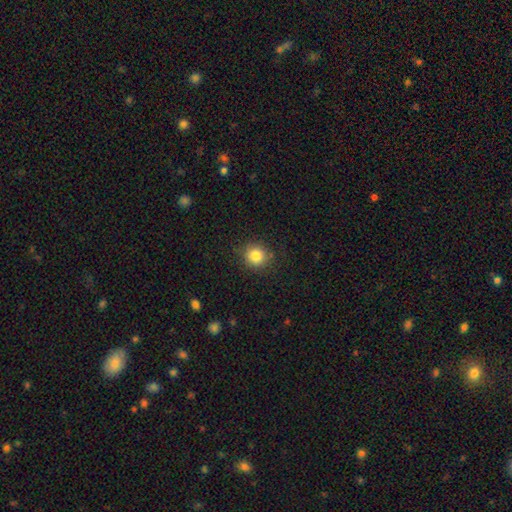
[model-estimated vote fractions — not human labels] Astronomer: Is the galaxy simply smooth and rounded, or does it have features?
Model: smooth — 83%.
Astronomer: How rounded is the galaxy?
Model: round — 89%.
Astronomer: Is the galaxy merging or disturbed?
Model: none — 86%.